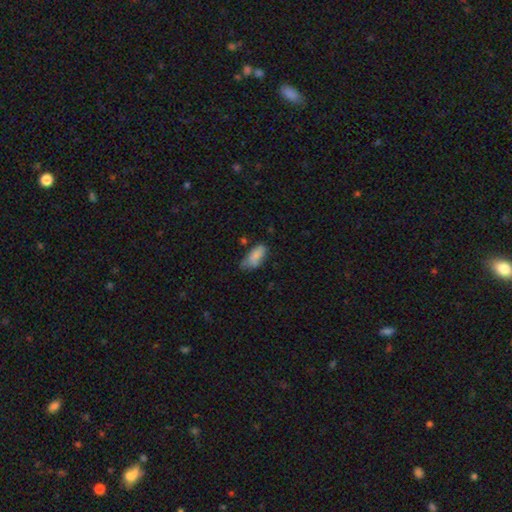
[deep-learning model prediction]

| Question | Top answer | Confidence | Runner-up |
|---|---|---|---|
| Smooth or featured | smooth | 81% | featured or disk (11%) |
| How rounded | in between | 89% | cigar-shaped (9%) |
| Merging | none | 45% | minor disturbance (39%) |